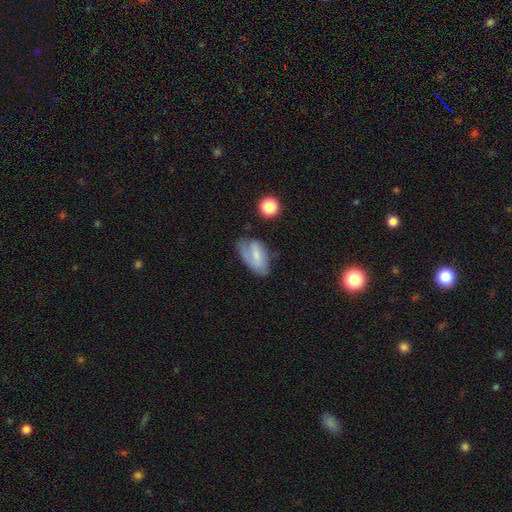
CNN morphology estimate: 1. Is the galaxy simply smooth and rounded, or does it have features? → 52% smooth, 40% featured or disk, 8% star or artifact.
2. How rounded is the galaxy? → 90% in between, 6% round, 4% cigar-shaped.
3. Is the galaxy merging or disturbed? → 52% none, 32% minor disturbance, 13% major disturbance, 3% merger.